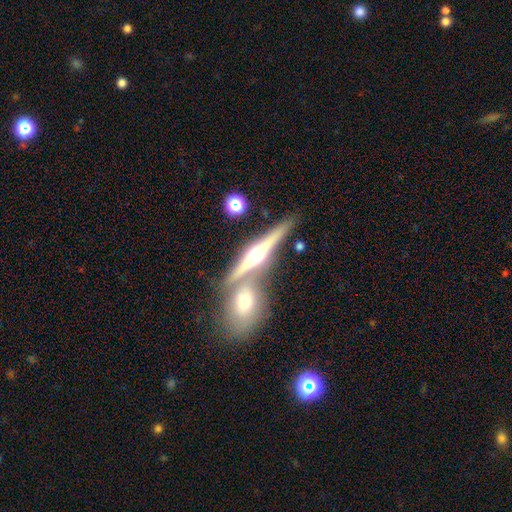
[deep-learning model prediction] This appears to be a featured or disk galaxy (77%) viewed edge-on (97%) with a rounded central bulge (93%). Merging: none (64%).